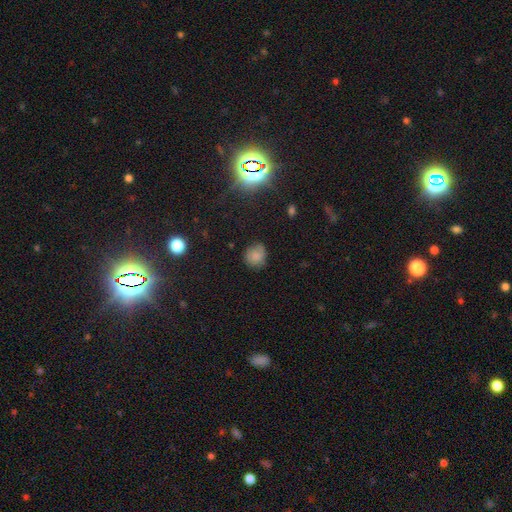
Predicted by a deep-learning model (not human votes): The model was most divided on "merging": none: 70%, minor disturbance: 23%, major disturbance: 5%, merger: 2%. More confident: how rounded — round (81%); smooth or featured — smooth (78%).